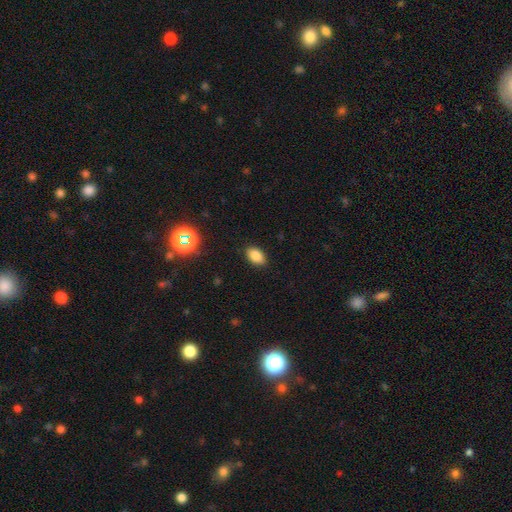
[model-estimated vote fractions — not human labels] Overall: smooth (83%). How rounded: in between (88%). Merging: none (88%).